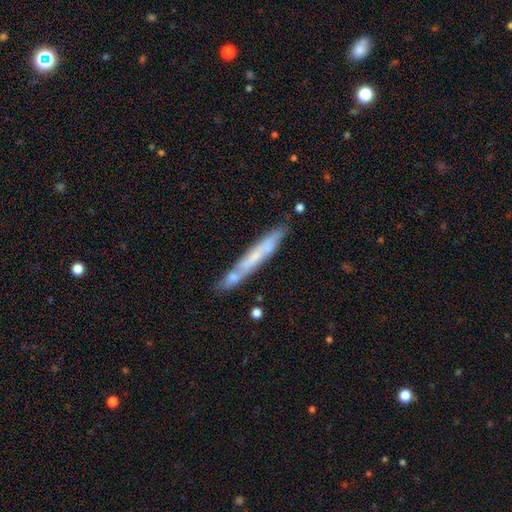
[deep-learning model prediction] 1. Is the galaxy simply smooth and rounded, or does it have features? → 47% smooth, 46% featured or disk, 7% star or artifact.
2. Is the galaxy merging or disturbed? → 69% none, 17% minor disturbance, 11% merger, 4% major disturbance.